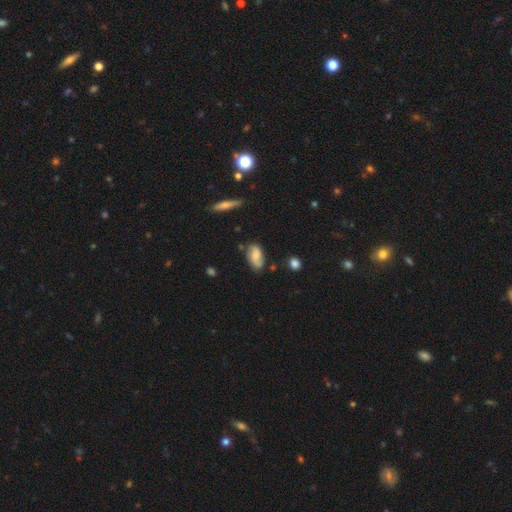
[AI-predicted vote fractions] Q: Smooth or featured?
A: smooth (58%); runner-up: featured or disk (34%)
Q: How rounded?
A: in between (90%); runner-up: round (5%)
Q: Merging?
A: none (67%); runner-up: minor disturbance (24%)